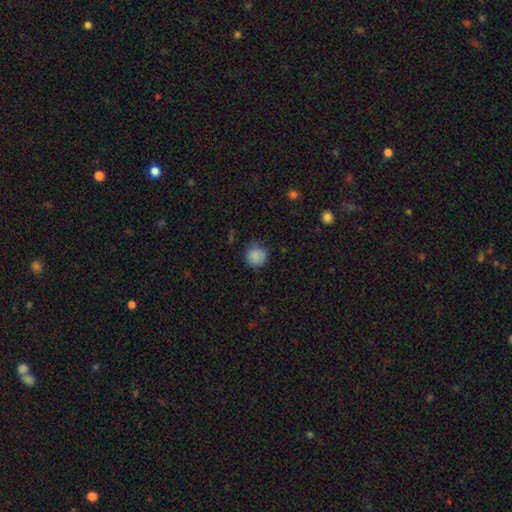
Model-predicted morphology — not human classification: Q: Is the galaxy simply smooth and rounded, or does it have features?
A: smooth — 86%.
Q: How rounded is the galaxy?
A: round — 90%.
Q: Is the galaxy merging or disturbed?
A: none — 77%.